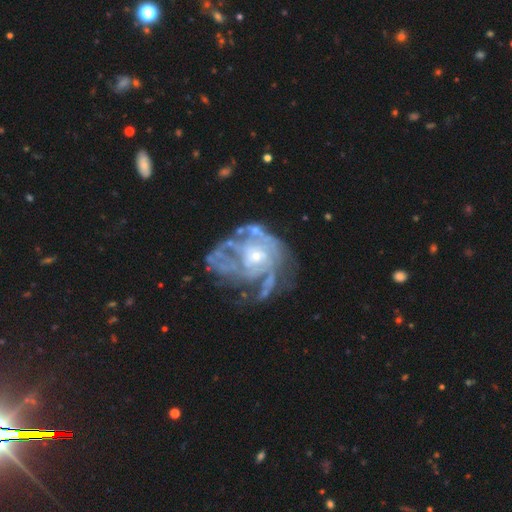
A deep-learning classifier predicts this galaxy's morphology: smooth_or_featured: featured or disk (p=0.84) [alt: smooth p=0.08]
disk_edge_on: no (p=0.98) [alt: yes p=0.02]
bar: no (p=0.75) [alt: weak p=0.20]
has_spiral_arms: yes (p=0.77) [alt: no p=0.23]
spiral_winding: tight (p=0.52) [alt: medium p=0.32]
spiral_arm_count: can't tell (p=0.47) [alt: 3 p=0.15]
bulge_size: small (p=0.68) [alt: moderate p=0.25]
merging: none (p=0.38) [alt: major disturbance p=0.35]